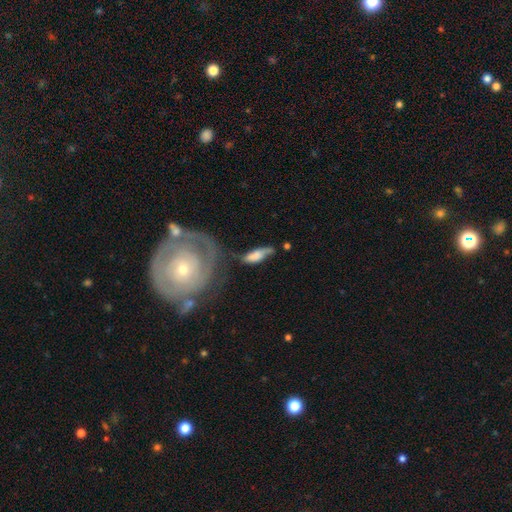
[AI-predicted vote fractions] smooth 56%, featured or disk 35%, star or artifact 8%. Down the decision tree: how rounded — in between (59%); merging — none (39%).